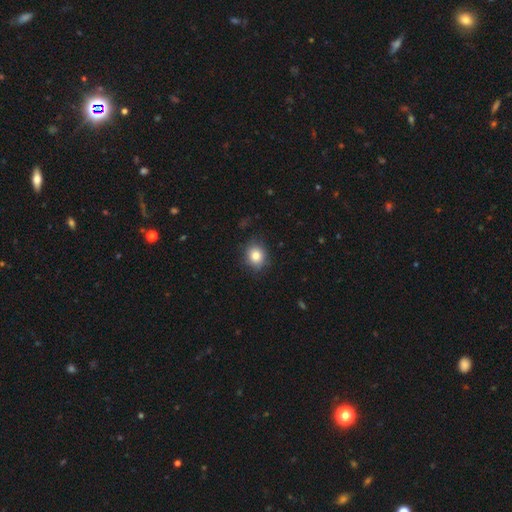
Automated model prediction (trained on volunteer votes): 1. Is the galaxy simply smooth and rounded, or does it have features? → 82% smooth, 10% star or artifact, 8% featured or disk.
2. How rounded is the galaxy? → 70% round, 29% in between, 1% cigar-shaped.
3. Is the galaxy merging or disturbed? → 83% none, 13% minor disturbance, 3% major disturbance, 1% merger.